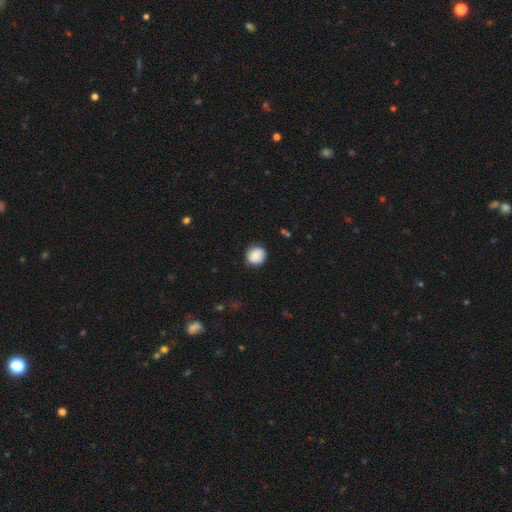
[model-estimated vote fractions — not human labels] Overall: smooth (85%). How rounded: round (89%). Merging: none (85%).